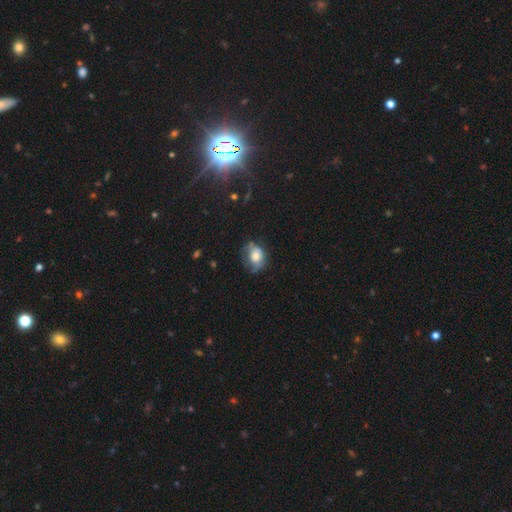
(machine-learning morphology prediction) This is likely a smooth galaxy (65%). How rounded: possibly in between (53%). Merging: marginally none (45%).